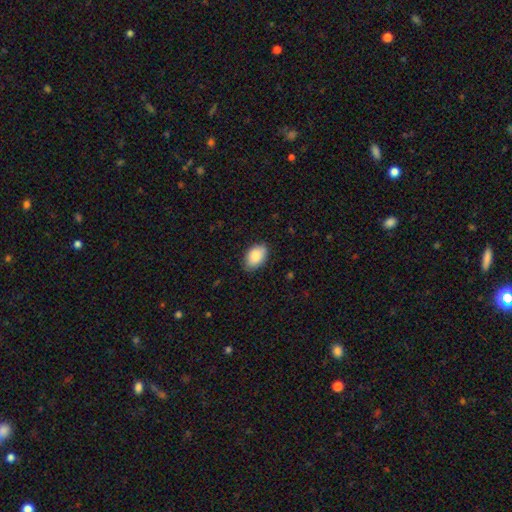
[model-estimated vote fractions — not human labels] A smooth galaxy with no disk features (88%) that is in between round and cigar-shaped (91%). Merging: none (82%).